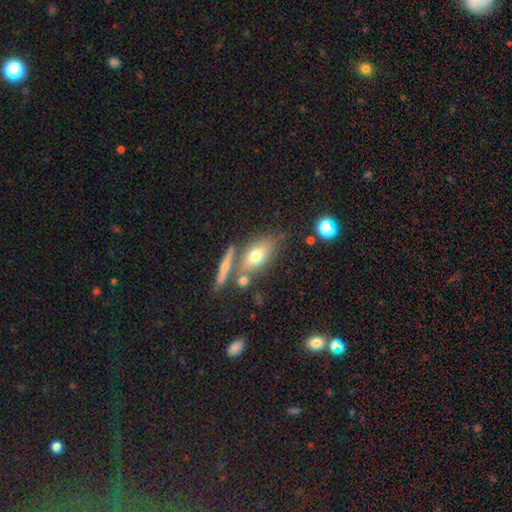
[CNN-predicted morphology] smooth_or_featured: smooth (p=0.61) [alt: featured or disk p=0.30]
how_rounded: in between (p=0.72) [alt: cigar-shaped p=0.19]
merging: none (p=0.59) [alt: merger p=0.22]